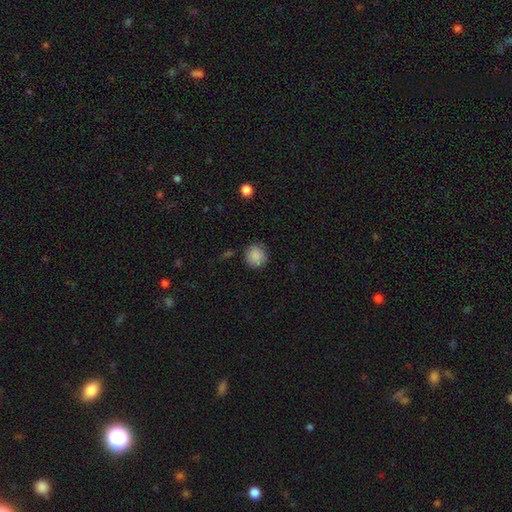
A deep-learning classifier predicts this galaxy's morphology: A smooth galaxy with no disk features (87%) that is round (90%).

Vote fractions:
- Smooth or featured? smooth: 87% / star or artifact: 8% / featured or disk: 5%
- How rounded? round: 90% / in between: 9% / cigar-shaped: 1%
- Merging? none: 84% / minor disturbance: 11% / major disturbance: 3% / merger: 2%